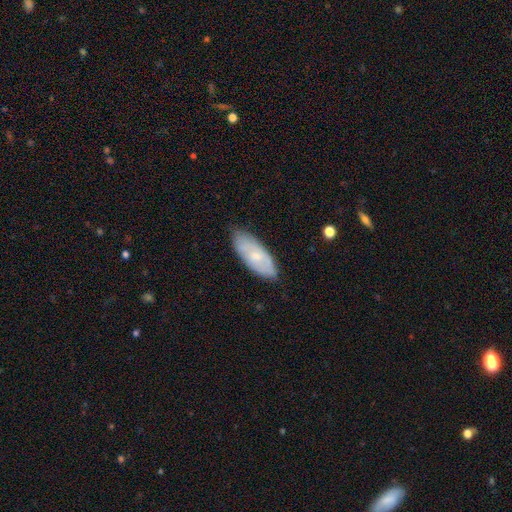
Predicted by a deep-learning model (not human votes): A smooth galaxy with no disk features (55%) that is in between round and cigar-shaped (82%).

Vote fractions:
- Smooth or featured? smooth: 55% / featured or disk: 38% / star or artifact: 7%
- How rounded? in between: 82% / cigar-shaped: 16% / round: 2%
- Merging? none: 78% / minor disturbance: 17% / major disturbance: 3% / merger: 1%